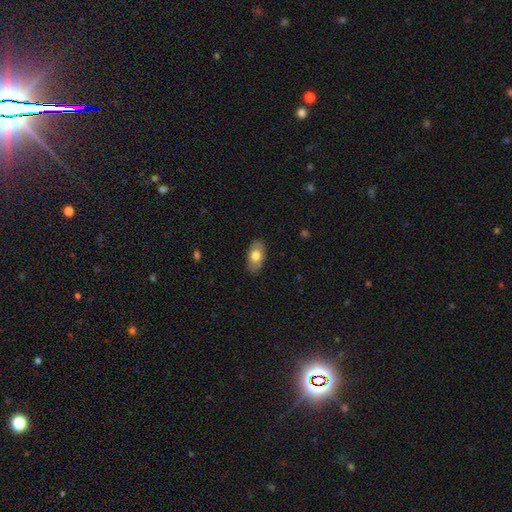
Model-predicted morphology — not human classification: The model was most divided on "smooth or featured": smooth: 74%, featured or disk: 20%, star or artifact: 6%. More confident: how rounded — in between (93%); merging — none (85%).